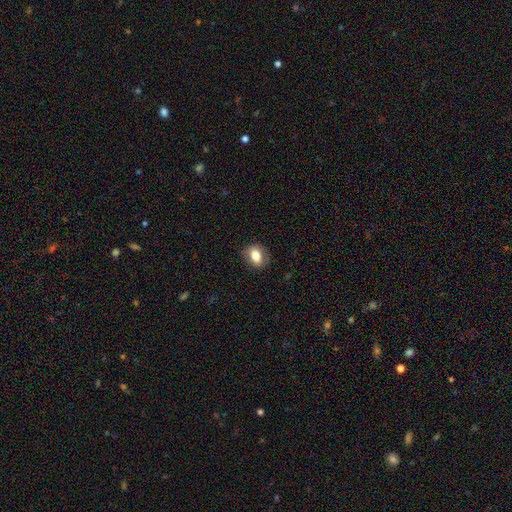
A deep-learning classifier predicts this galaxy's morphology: Smooth or featured? smooth (79%)
How rounded? in between (65%)
Merging? none (83%)